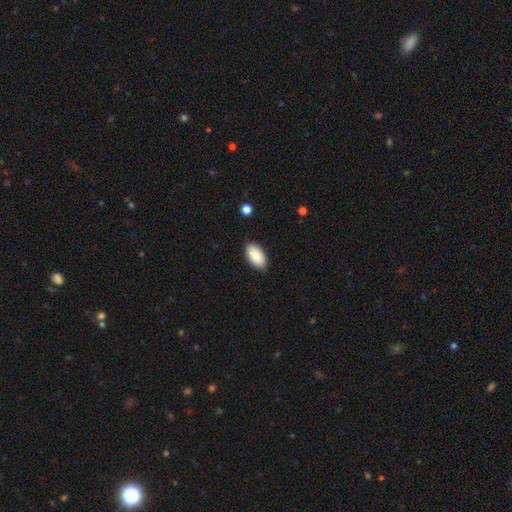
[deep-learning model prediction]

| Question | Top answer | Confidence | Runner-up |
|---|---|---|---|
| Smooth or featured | smooth | 88% | featured or disk (6%) |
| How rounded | in between | 96% | round (2%) |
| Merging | none | 88% | minor disturbance (9%) |